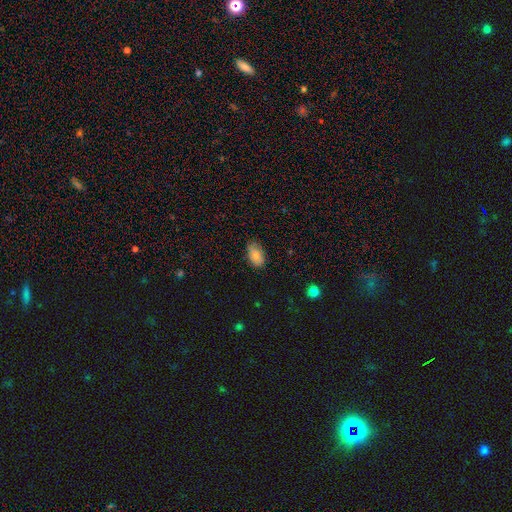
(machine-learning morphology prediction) Q: Smooth or featured?
A: smooth (85%); runner-up: featured or disk (8%)
Q: How rounded?
A: in between (92%); runner-up: round (6%)
Q: Merging?
A: none (79%); runner-up: minor disturbance (17%)